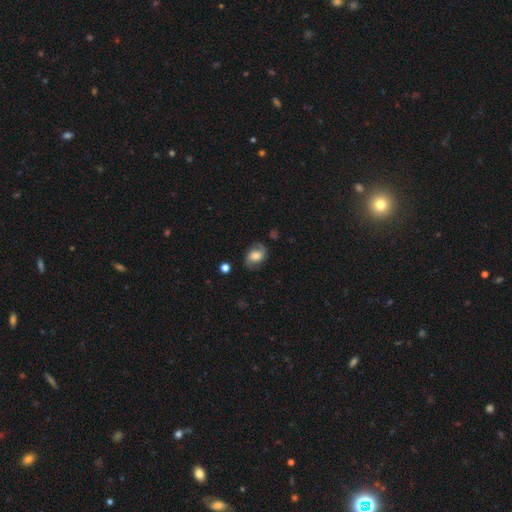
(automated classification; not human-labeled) Morphology: type=featured or disk (66%); edge-on=no (97%); bar=no (50%); spiral arms=yes (92%); winding=medium (46%); arm count=2 (90%); bulge=moderate (42%); merging=none (76%).